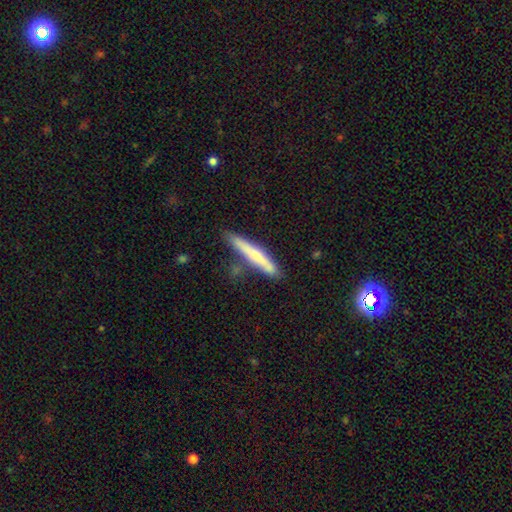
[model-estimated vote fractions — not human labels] smooth_or_featured: smooth (p=0.53) [alt: featured or disk p=0.41]
how_rounded: cigar-shaped (p=0.94) [alt: in between p=0.04]
merging: none (p=0.77) [alt: minor disturbance p=0.15]